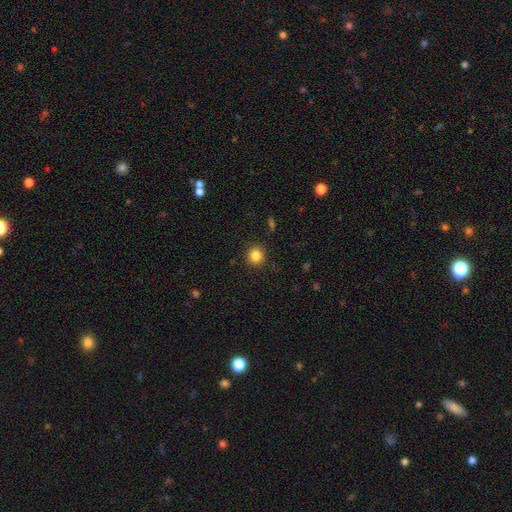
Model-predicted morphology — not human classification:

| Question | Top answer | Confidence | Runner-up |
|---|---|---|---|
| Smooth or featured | smooth | 84% | star or artifact (11%) |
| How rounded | round | 90% | in between (9%) |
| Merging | none | 90% | minor disturbance (6%) |